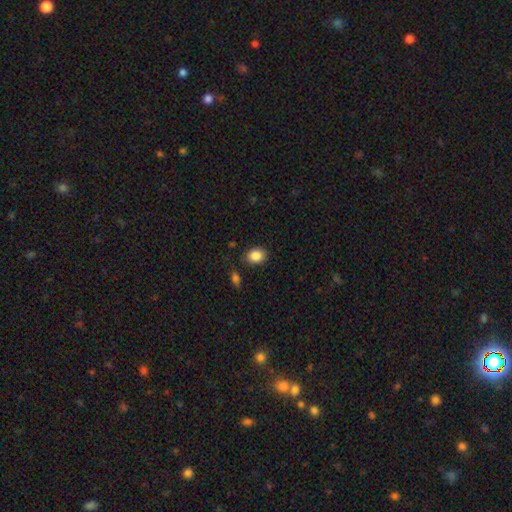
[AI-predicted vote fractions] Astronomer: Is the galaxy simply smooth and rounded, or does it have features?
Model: smooth — 87%.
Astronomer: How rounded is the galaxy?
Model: in between — 62% (runner-up: round, 37%).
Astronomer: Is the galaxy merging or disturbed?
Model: none — 83%.